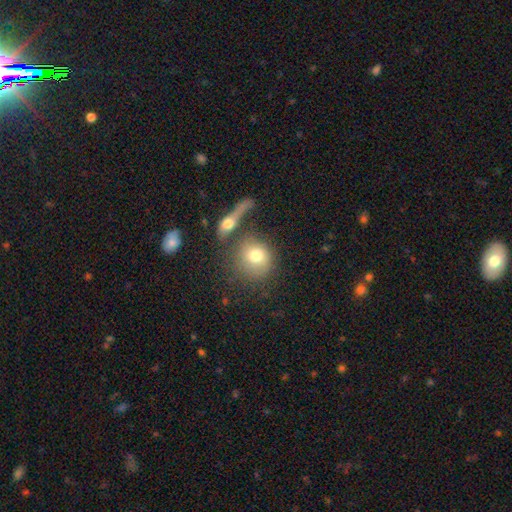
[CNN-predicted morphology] Smooth or featured: smooth — 73% (featured or disk — 17%)
How rounded: round — 82% (in between — 16%)
Merging: none — 47% (merger — 30%)